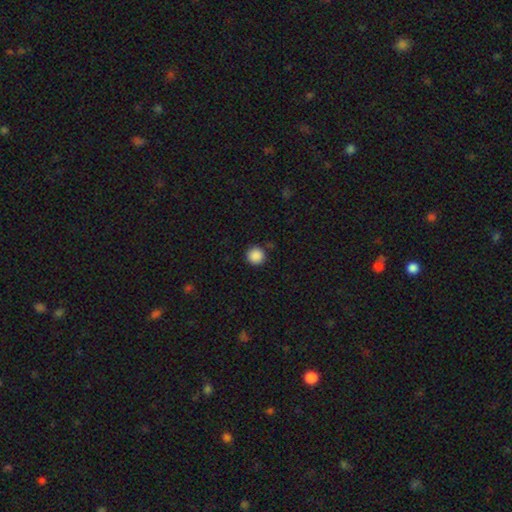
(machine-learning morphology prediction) Smooth or featured? smooth (88%)
How rounded? round (96%)
Merging? none (88%)